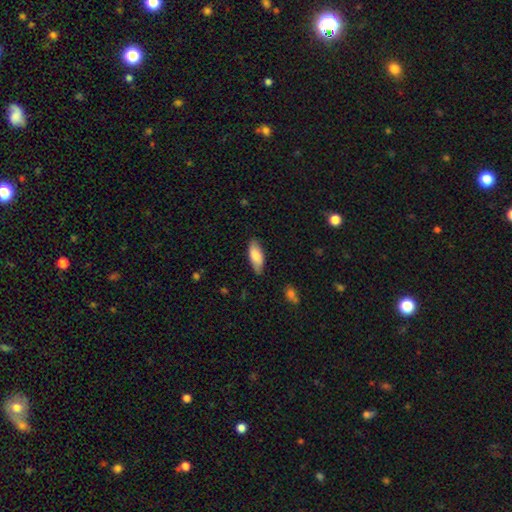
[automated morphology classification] Smooth or featured? Predicted: smooth (p=0.80). How rounded? Predicted: in between (p=0.79). Merging? Predicted: none (p=0.81).